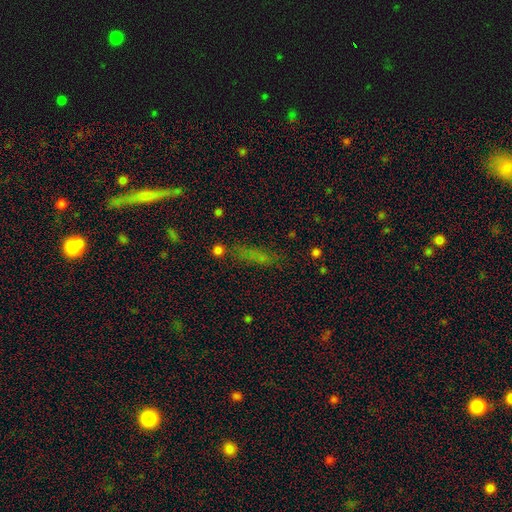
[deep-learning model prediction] Overall: smooth (48%; star or artifact 26%). Merging: none (70%).